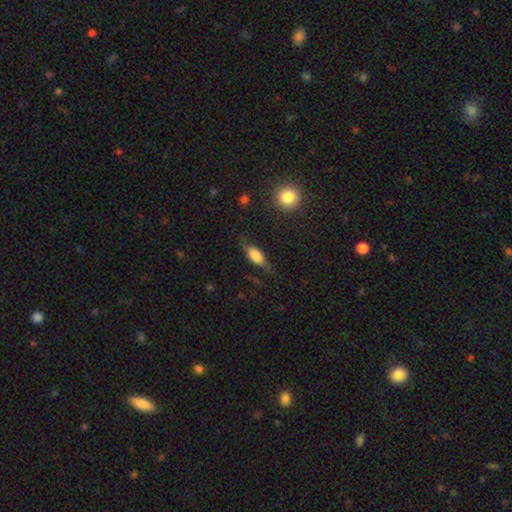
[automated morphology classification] The model was most divided on "smooth or featured": smooth: 64%, featured or disk: 28%, star or artifact: 8%. More confident: how rounded — in between (74%); merging — none (67%).